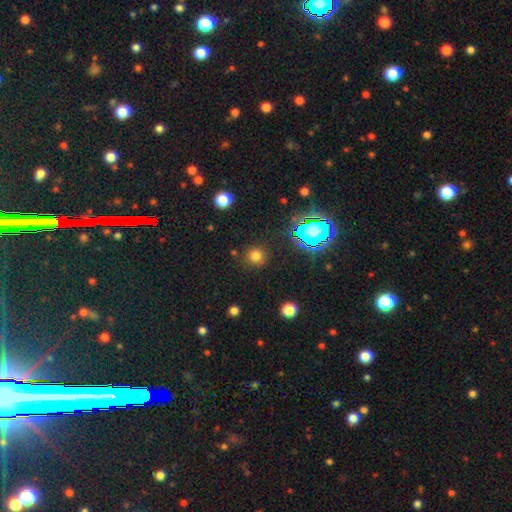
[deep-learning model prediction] Smooth or featured? Predicted: smooth (p=0.72). How rounded? Predicted: round (p=0.92). Merging? Predicted: none (p=0.88).